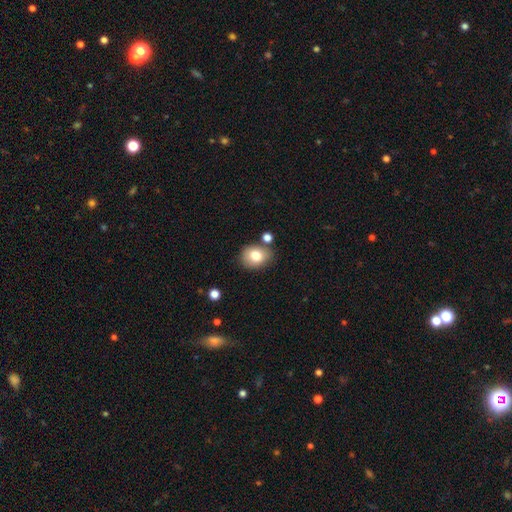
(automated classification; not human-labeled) A smooth galaxy with no disk features (79%) that is round (50%).

Vote fractions:
- Smooth or featured? smooth: 79% / featured or disk: 12% / star or artifact: 9%
- How rounded? round: 50% / in between: 49% / cigar-shaped: 1%
- Merging? none: 73% / minor disturbance: 14% / merger: 10% / major disturbance: 3%